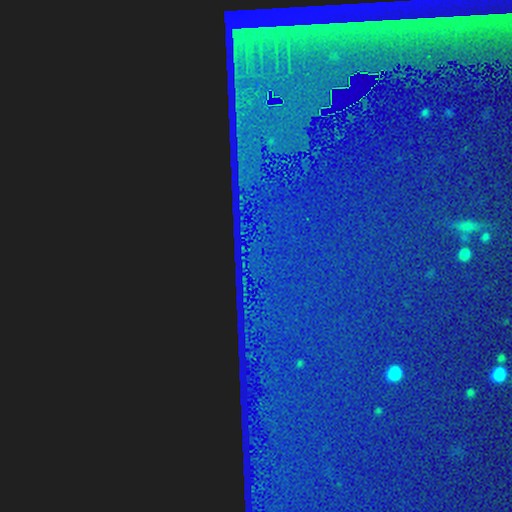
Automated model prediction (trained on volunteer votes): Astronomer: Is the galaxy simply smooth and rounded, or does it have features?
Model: star or artifact — 86%.